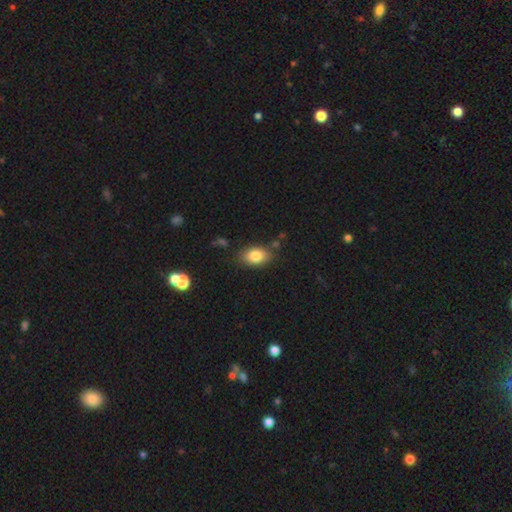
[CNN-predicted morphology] This appears to be a smooth galaxy with no disk features (84%) that is in between round and cigar-shaped (86%). Merging: none (80%).